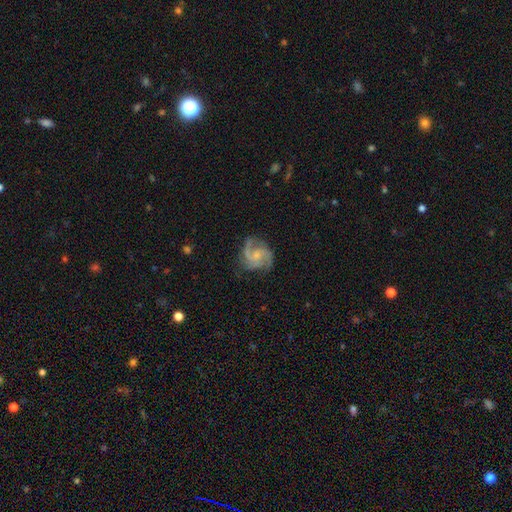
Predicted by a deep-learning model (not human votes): Smooth or featured? featured or disk (84%)
Edge-on disk? no (98%)
Bar? no (63%)
Spiral arms? yes (97%)
Spiral winding? medium (54%)
Spiral arm count? 3 (40%)
Bulge size? small (54%)
Merging? none (69%)